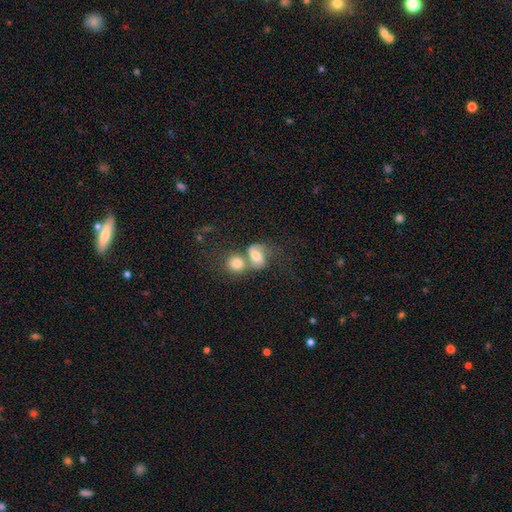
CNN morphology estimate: Overall: smooth (56%; featured or disk 33%). How rounded: in between (59%; round 39%). Merging: merger (62%).